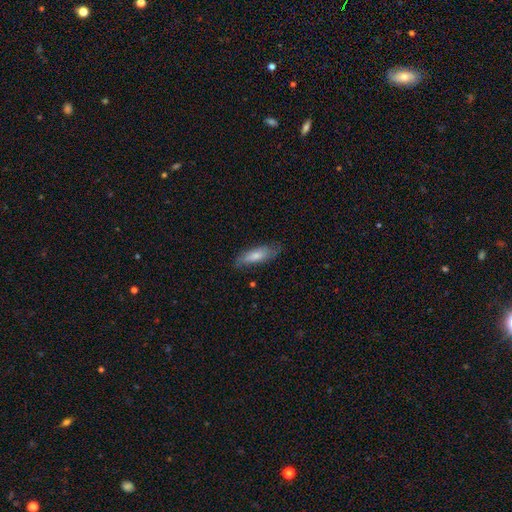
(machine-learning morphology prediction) Smooth or featured: smooth — 75% (featured or disk — 20%)
How rounded: in between — 55% (cigar-shaped — 43%)
Merging: none — 71% (minor disturbance — 23%)